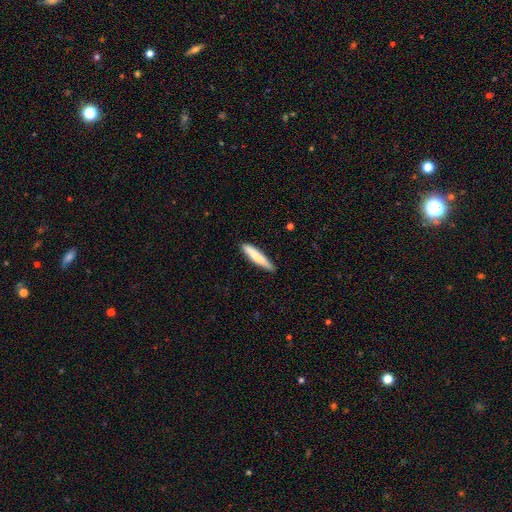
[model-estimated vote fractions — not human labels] This appears to be a smooth galaxy with no disk features (79%) that is cigar-shaped (89%). Merging: none (82%).